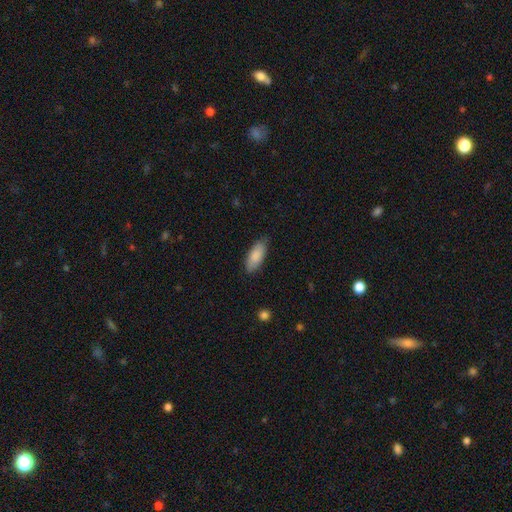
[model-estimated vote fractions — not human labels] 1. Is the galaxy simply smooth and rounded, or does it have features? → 86% smooth, 8% featured or disk, 6% star or artifact.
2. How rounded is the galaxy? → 81% in between, 17% cigar-shaped, 2% round.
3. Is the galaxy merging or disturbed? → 81% none, 15% minor disturbance, 3% major disturbance, 1% merger.